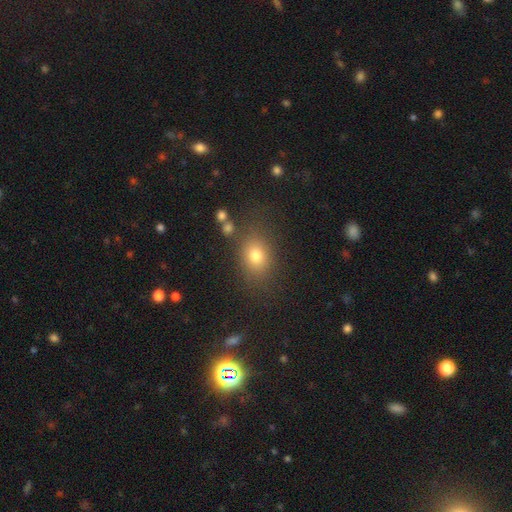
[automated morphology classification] Overall: smooth (75%). How rounded: in between (54%; round 45%). Merging: none (78%).